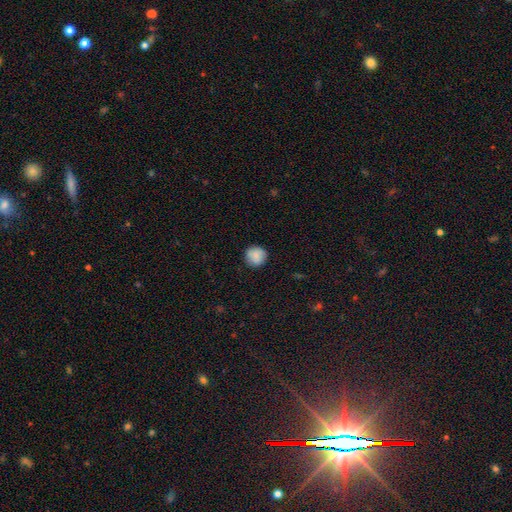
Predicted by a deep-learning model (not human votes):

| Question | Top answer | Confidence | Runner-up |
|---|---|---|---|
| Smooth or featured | smooth | 85% | star or artifact (8%) |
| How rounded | round | 92% | in between (7%) |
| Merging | none | 86% | minor disturbance (10%) |